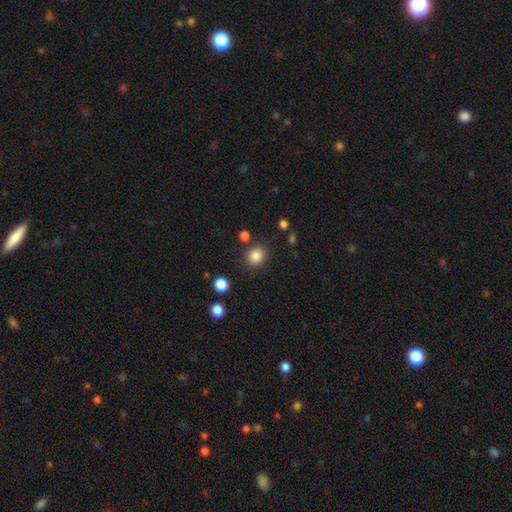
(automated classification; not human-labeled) Q: Smooth or featured?
A: smooth (85%); runner-up: star or artifact (11%)
Q: How rounded?
A: round (83%); runner-up: in between (16%)
Q: Merging?
A: none (85%); runner-up: minor disturbance (8%)